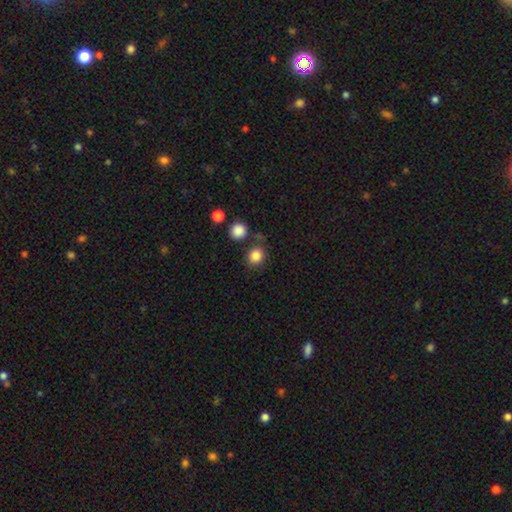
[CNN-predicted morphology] Smooth or featured: smooth — 85% (star or artifact — 10%)
How rounded: round — 82% (in between — 17%)
Merging: none — 76% (minor disturbance — 11%)